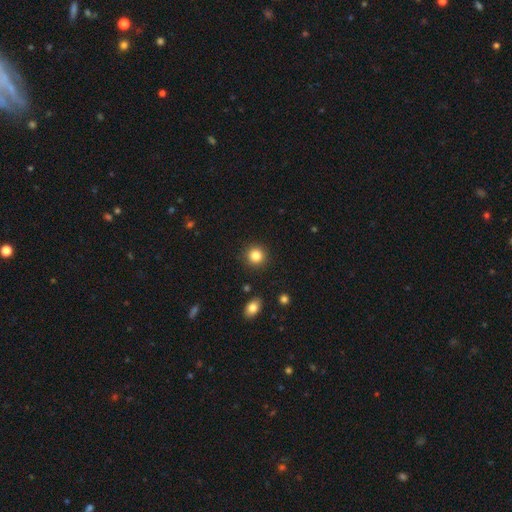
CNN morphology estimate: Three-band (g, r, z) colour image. It shows a smooth galaxy with no disk features (84%) that is round (92%). Merging: none (91%).